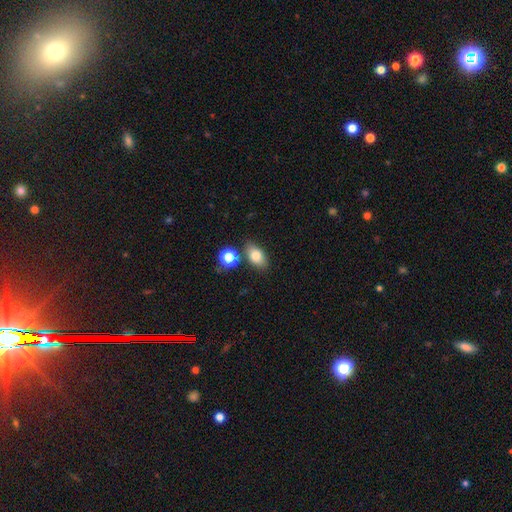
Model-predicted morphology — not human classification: Smooth or featured? smooth (79%)
How rounded? in between (84%)
Merging? none (75%)